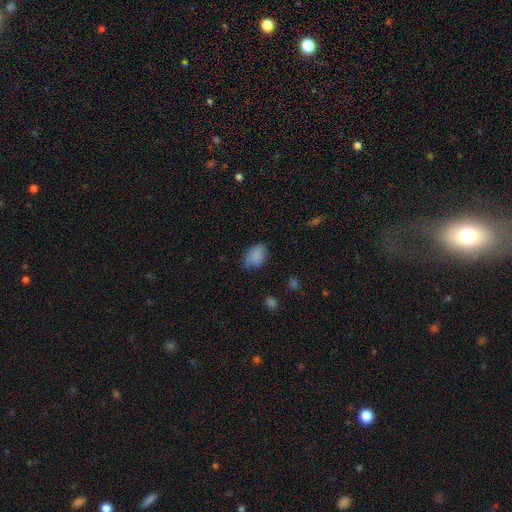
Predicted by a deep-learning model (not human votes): smooth 84%, star or artifact 9%, featured or disk 6%. Down the decision tree: how rounded — in between (79%); merging — none (67%).